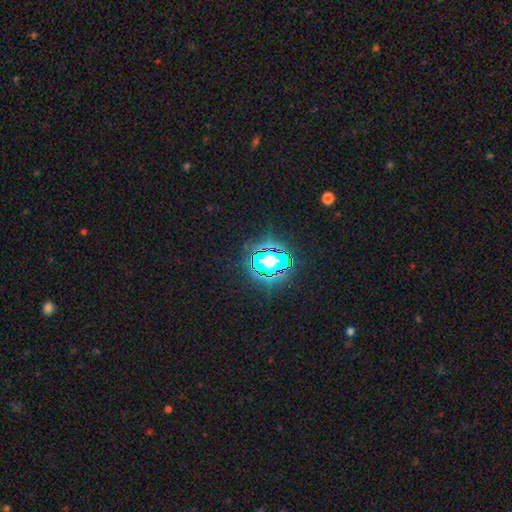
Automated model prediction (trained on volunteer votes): smooth_or_featured: star or artifact (p=0.82) [alt: smooth p=0.11]